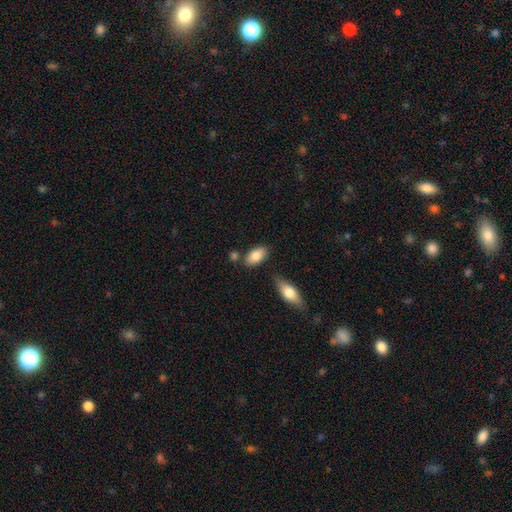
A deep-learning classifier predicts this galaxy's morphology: Smooth or featured?
  - smooth: 84% *
  - featured or disk: 9%
  - star or artifact: 6%
How rounded?
  - in between: 93% *
  - round: 4%
  - cigar-shaped: 4%
Merging?
  - none: 75% *
  - minor disturbance: 13%
  - merger: 9%
  - major disturbance: 3%